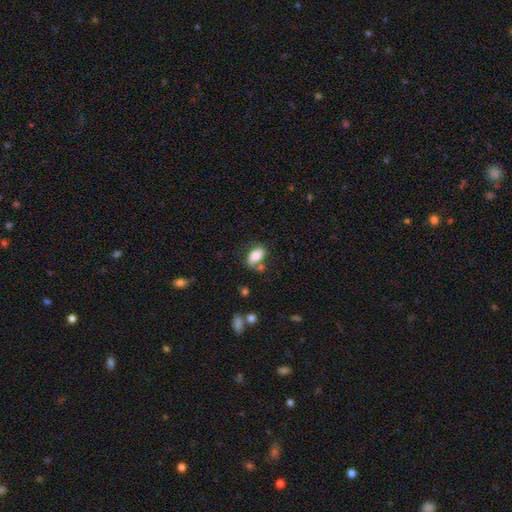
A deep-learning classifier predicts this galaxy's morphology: A smooth galaxy with no disk features (72%) that is in between round and cigar-shaped (90%). Merging: none (58%).